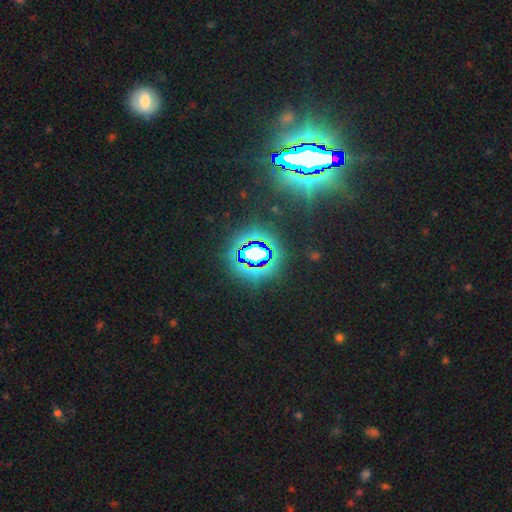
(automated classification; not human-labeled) smooth_or_featured: star or artifact (p=0.75) [alt: smooth p=0.14]